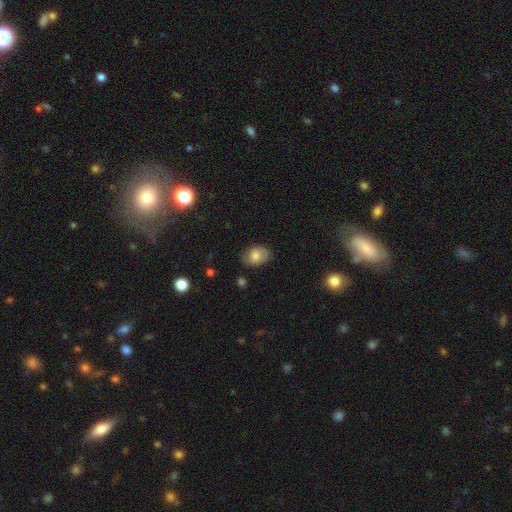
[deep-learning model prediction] Morphology: type=smooth (73%); roundness=in between (80%); merging=none (78%).